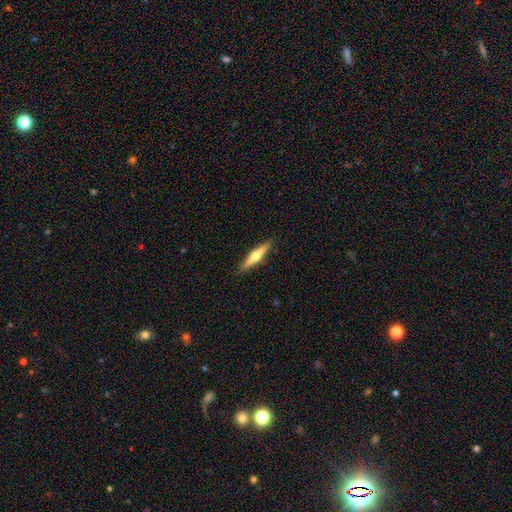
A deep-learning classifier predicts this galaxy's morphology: smooth-or-featured: featured or disk: 58% | smooth: 37% | star or artifact: 5%
  disk-edge-on: yes: 96% | no: 4%
    edge-on-bulge: rounded: 93% | none: 4% | boxy: 3%
  merging: none: 90% | minor disturbance: 7% | major disturbance: 1% | merger: 1%